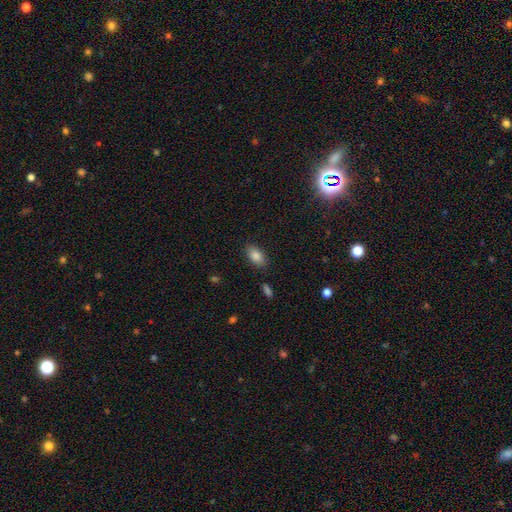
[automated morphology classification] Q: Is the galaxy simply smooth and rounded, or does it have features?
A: smooth — 85%.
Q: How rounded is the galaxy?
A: in between — 92%.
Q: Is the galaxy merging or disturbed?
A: none — 85%.